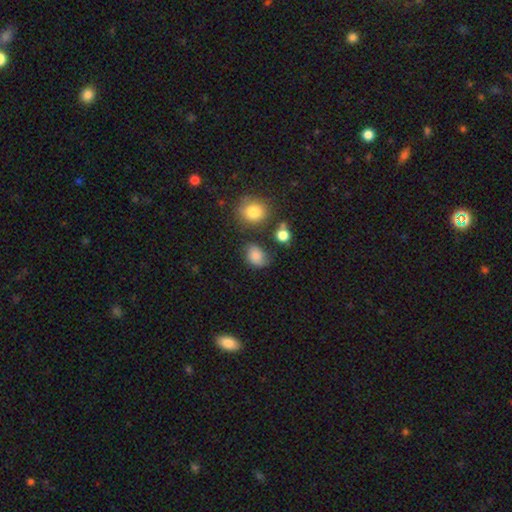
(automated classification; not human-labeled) The model was most divided on "how rounded": in between: 59%, round: 40%, cigar-shaped: 1%. More confident: smooth or featured — smooth (78%); merging — none (63%).